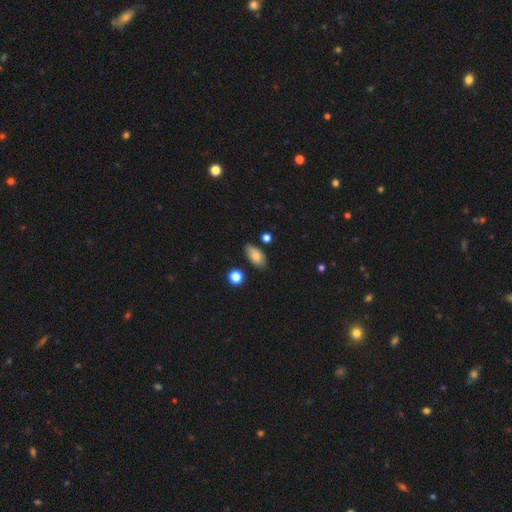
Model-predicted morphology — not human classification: smooth 80%, featured or disk 12%, star or artifact 8%. Down the decision tree: how rounded — in between (91%); merging — none (76%).